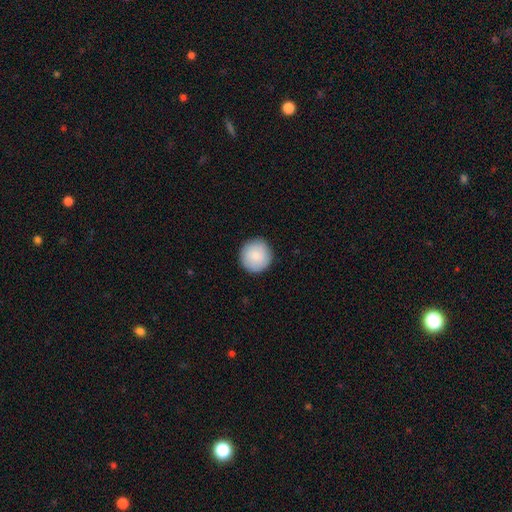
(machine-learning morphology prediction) Overall: smooth (88%). How rounded: round (96%). Merging: none (91%).